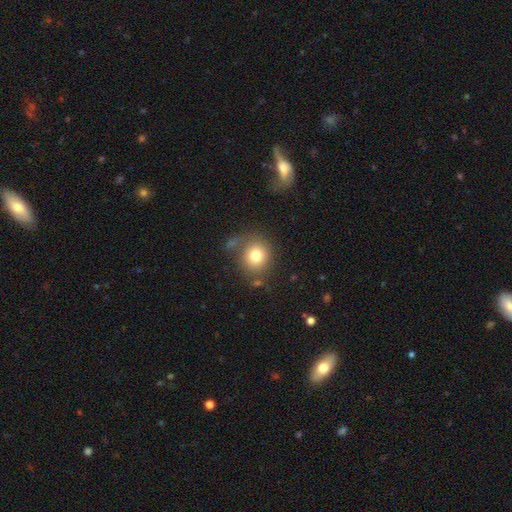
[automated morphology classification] Smooth or featured? Predicted: smooth (p=0.78). How rounded? Predicted: round (p=0.83). Merging? Predicted: none (p=0.71).